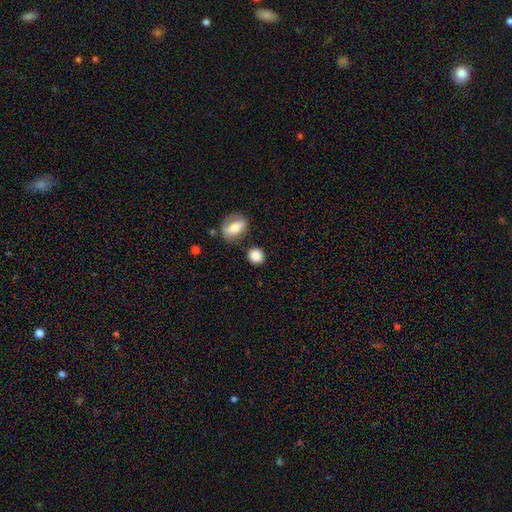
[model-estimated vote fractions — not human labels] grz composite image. It shows a smooth galaxy with no disk features (86%) that is round (85%). Merging: none (80%).